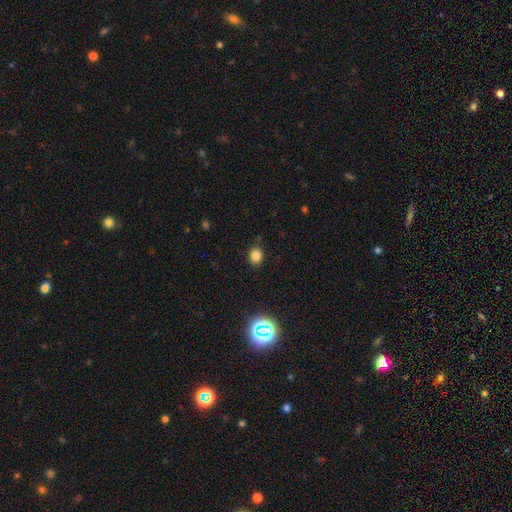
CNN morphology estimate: smooth_or_featured: smooth (p=0.80) [alt: star or artifact p=0.15]
how_rounded: round (p=0.57) [alt: in between p=0.42]
merging: none (p=0.87) [alt: minor disturbance p=0.09]